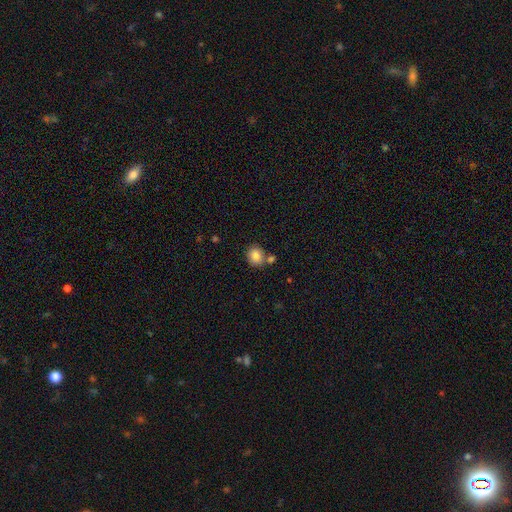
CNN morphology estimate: Q: Smooth or featured?
A: smooth (85%); runner-up: star or artifact (9%)
Q: How rounded?
A: round (72%); runner-up: in between (27%)
Q: Merging?
A: none (70%); runner-up: merger (17%)